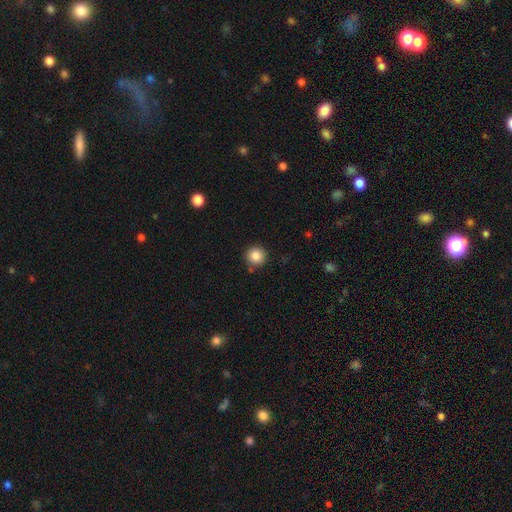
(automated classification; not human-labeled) Smooth or featured? Predicted: smooth (p=0.86). How rounded? Predicted: round (p=0.95). Merging? Predicted: none (p=0.87).